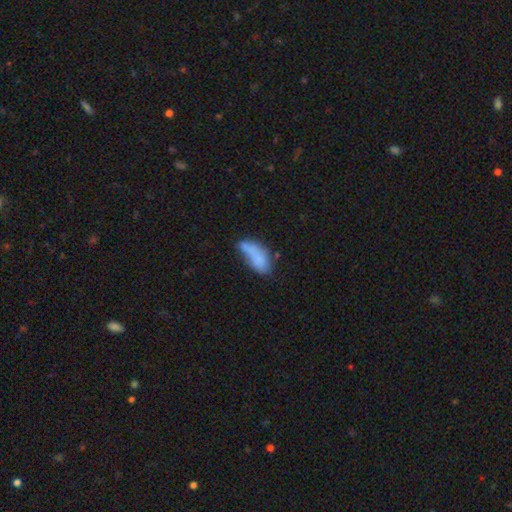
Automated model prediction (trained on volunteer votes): Smooth or featured? smooth (74%)
How rounded? in between (80%)
Merging? none (32%)